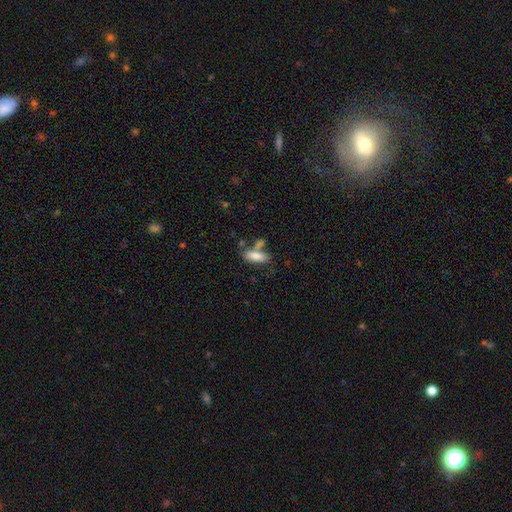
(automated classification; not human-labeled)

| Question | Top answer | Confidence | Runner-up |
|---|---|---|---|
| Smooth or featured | smooth | 79% | featured or disk (14%) |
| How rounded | in between | 69% | cigar-shaped (29%) |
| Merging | none | 53% | merger (26%) |